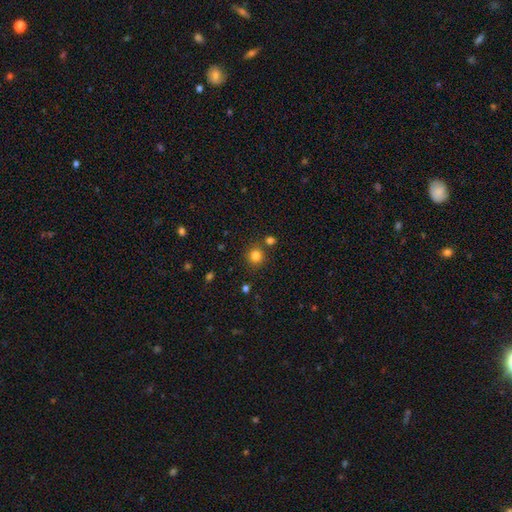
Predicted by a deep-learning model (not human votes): smooth_or_featured: smooth (p=0.82) [alt: star or artifact p=0.13]
how_rounded: round (p=0.91) [alt: in between p=0.08]
merging: none (p=0.83) [alt: merger p=0.07]